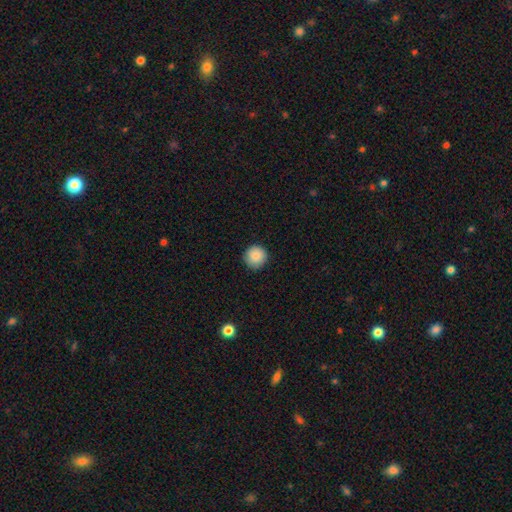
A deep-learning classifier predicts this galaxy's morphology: smooth 87%, star or artifact 8%, featured or disk 4%. Down the decision tree: how rounded — round (96%); merging — none (90%).